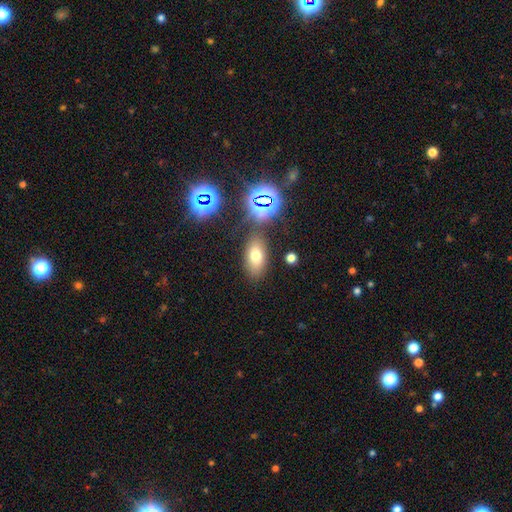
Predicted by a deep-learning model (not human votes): A smooth galaxy with no disk features (65%) that is in between round and cigar-shaped (85%). Merging: none (79%).